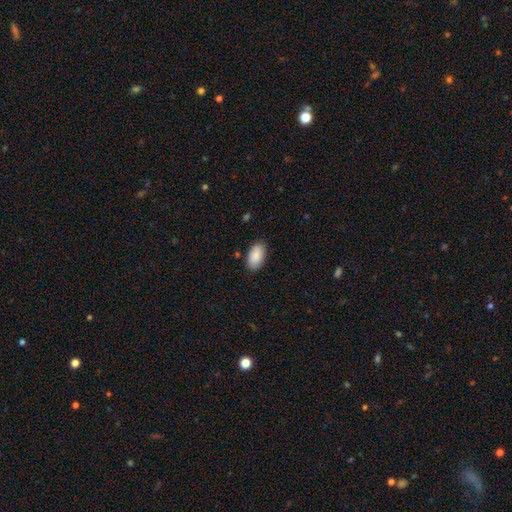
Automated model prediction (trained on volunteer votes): Smooth or featured: smooth — 88% (star or artifact — 6%)
How rounded: in between — 95% (round — 3%)
Merging: none — 85% (minor disturbance — 11%)